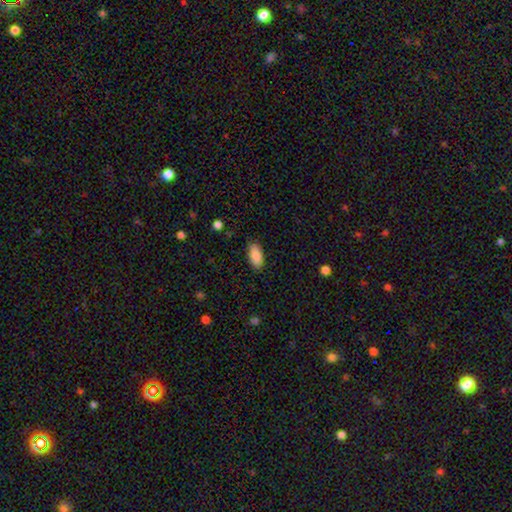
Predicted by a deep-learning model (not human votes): smooth-or-featured: smooth: 88% | star or artifact: 6% | featured or disk: 5%
  how-rounded: in between: 93% | cigar-shaped: 5% | round: 2%
  merging: none: 87% | minor disturbance: 10% | major disturbance: 2% | merger: 1%